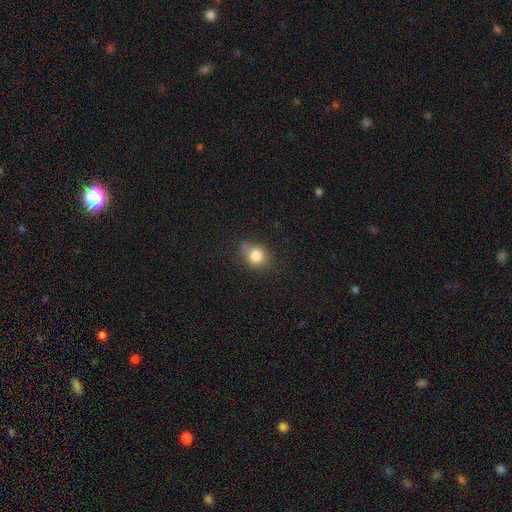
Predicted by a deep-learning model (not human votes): smooth-or-featured: smooth: 81% | star or artifact: 10% | featured or disk: 9%
  how-rounded: round: 63% | in between: 36% | cigar-shaped: 1%
  merging: none: 52% | minor disturbance: 30% | major disturbance: 10% | merger: 8%